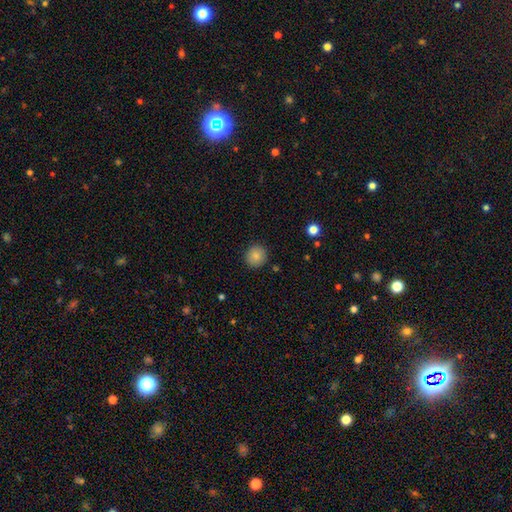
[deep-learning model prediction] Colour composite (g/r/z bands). It shows a smooth galaxy with no disk features (86%) that is round (91%). Merging: none (90%).